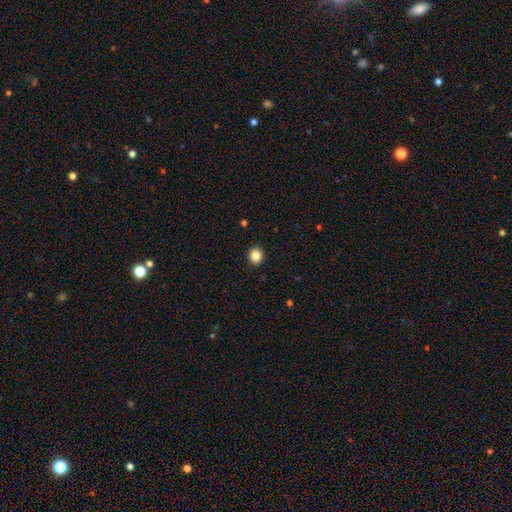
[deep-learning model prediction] Smooth or featured? Predicted: smooth (p=0.86). How rounded? Predicted: round (p=0.78). Merging? Predicted: none (p=0.92).